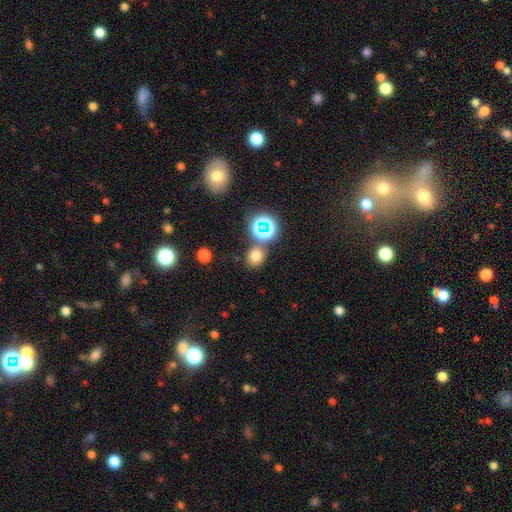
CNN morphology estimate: Smooth or featured?
  - smooth: 70% *
  - star or artifact: 23%
  - featured or disk: 7%
How rounded?
  - round: 65% *
  - in between: 34%
  - cigar-shaped: 1%
Merging?
  - none: 75% *
  - merger: 11%
  - minor disturbance: 10%
  - major disturbance: 4%